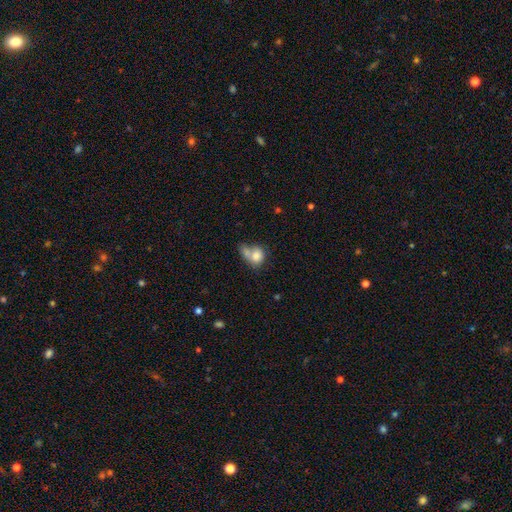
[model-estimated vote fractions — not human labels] This appears to be a smooth galaxy with no disk features (77%) that is round (52%). Merging: merger (51%).